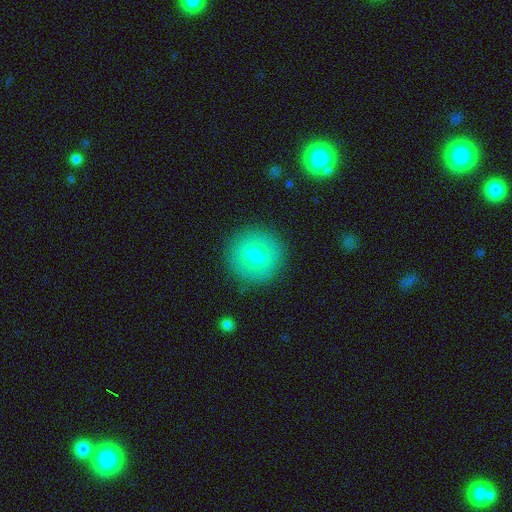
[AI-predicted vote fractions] The model was most divided on "smooth or featured": smooth: 73%, featured or disk: 18%, star or artifact: 9%. More confident: how rounded — round (95%); merging — none (89%).